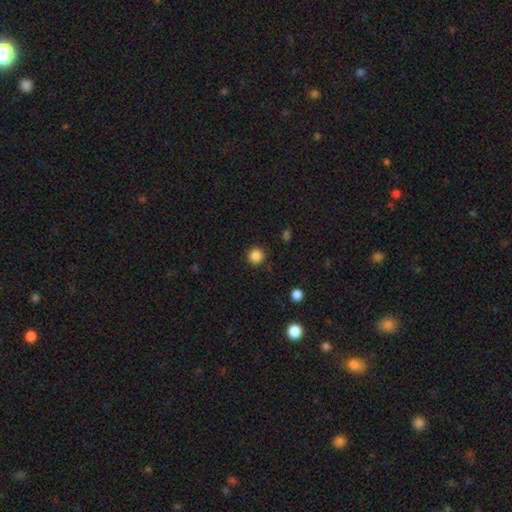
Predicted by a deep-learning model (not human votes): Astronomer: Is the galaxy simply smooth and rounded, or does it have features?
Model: smooth — 86%.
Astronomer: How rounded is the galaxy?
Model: round — 95%.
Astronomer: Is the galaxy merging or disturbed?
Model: none — 91%.